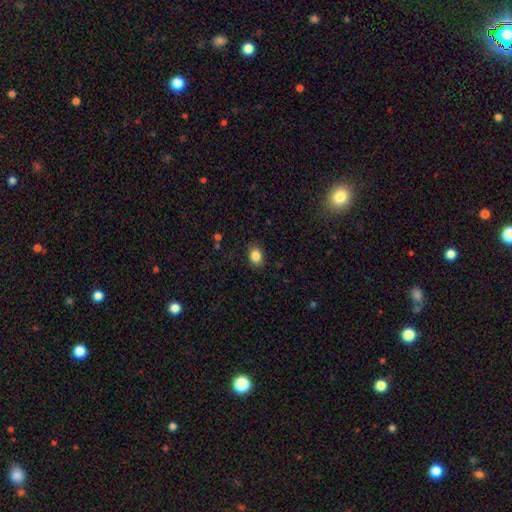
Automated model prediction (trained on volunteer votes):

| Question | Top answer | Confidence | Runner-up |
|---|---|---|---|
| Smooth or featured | smooth | 85% | star or artifact (9%) |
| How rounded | in between | 71% | round (28%) |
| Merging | none | 87% | minor disturbance (10%) |